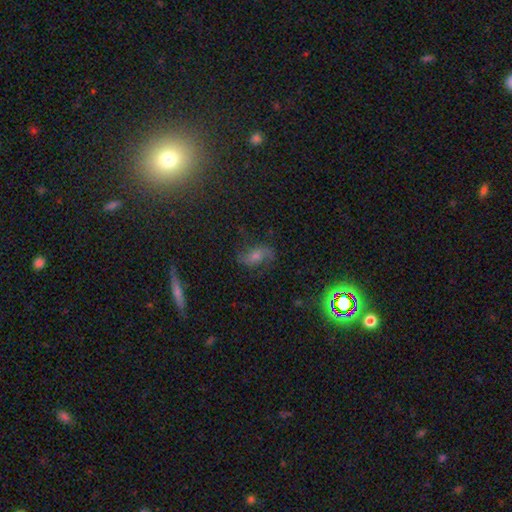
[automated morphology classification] Overall: featured or disk (56%; star or artifact 23%). Edge-on disk: no (91%). Bar: no (54%; weak 33%). Spiral arms: yes (90%). Bulge size: moderate (48%; small 34%). Merging: none (71%).